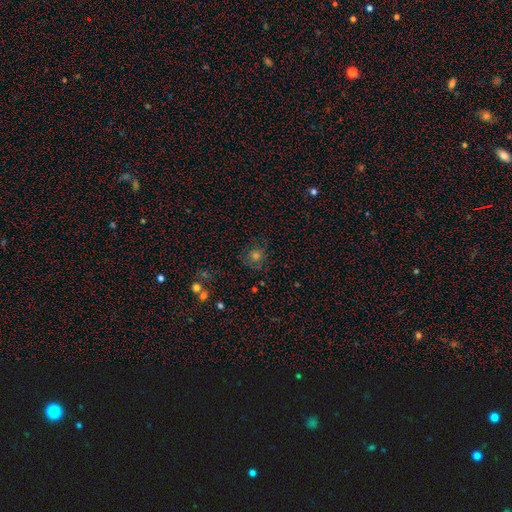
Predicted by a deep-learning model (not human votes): Smooth or featured?
  - smooth: 56% *
  - star or artifact: 26%
  - featured or disk: 18%
How rounded?
  - round: 88% *
  - in between: 11%
  - cigar-shaped: 1%
Merging?
  - none: 75% *
  - minor disturbance: 15%
  - major disturbance: 8%
  - merger: 2%